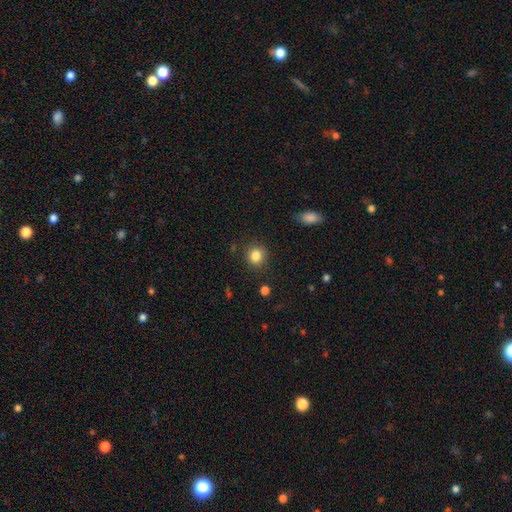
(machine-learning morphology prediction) Smooth or featured: smooth — 84% (star or artifact — 11%)
How rounded: round — 84% (in between — 15%)
Merging: none — 87% (minor disturbance — 8%)